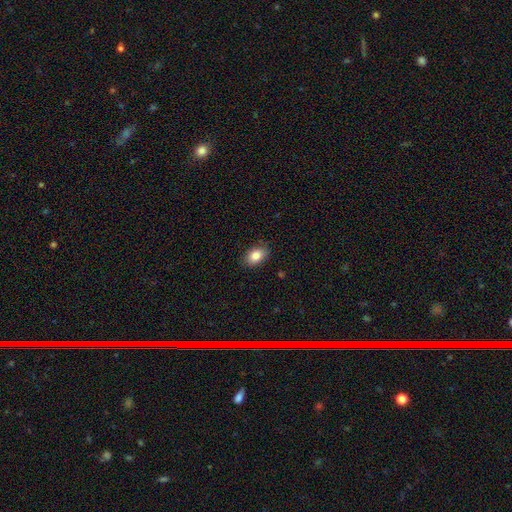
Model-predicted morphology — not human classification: Smooth or featured?
  - smooth: 85% *
  - star or artifact: 8%
  - featured or disk: 7%
How rounded?
  - in between: 85% *
  - round: 13%
  - cigar-shaped: 1%
Merging?
  - none: 85% *
  - minor disturbance: 12%
  - major disturbance: 3%
  - merger: 1%